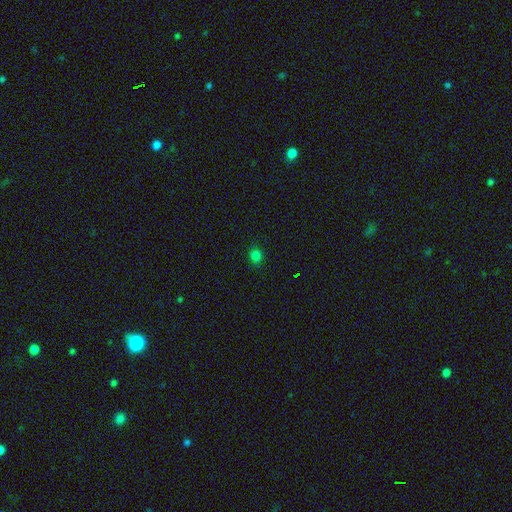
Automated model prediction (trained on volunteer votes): Smooth or featured?
  - smooth: 78% *
  - star or artifact: 19%
  - featured or disk: 3%
How rounded?
  - round: 81% *
  - in between: 18%
  - cigar-shaped: 1%
Merging?
  - none: 87% *
  - minor disturbance: 10%
  - major disturbance: 3%
  - merger: 1%